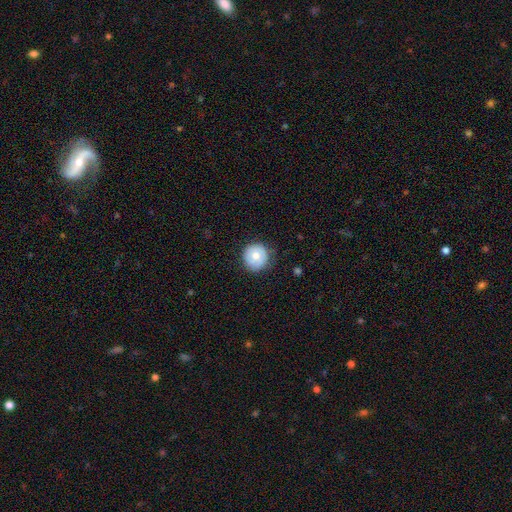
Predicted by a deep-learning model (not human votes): A smooth galaxy with no disk features (73%) that is round (94%). Merging: none (82%).